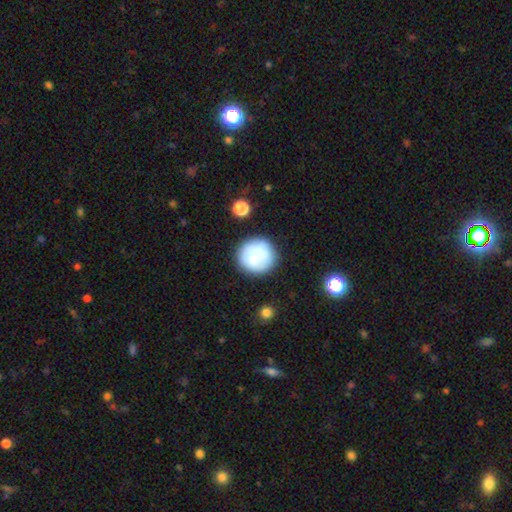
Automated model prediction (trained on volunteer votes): Q: Smooth or featured?
A: smooth (72%); runner-up: featured or disk (20%)
Q: How rounded?
A: round (92%); runner-up: in between (7%)
Q: Merging?
A: none (70%); runner-up: minor disturbance (15%)